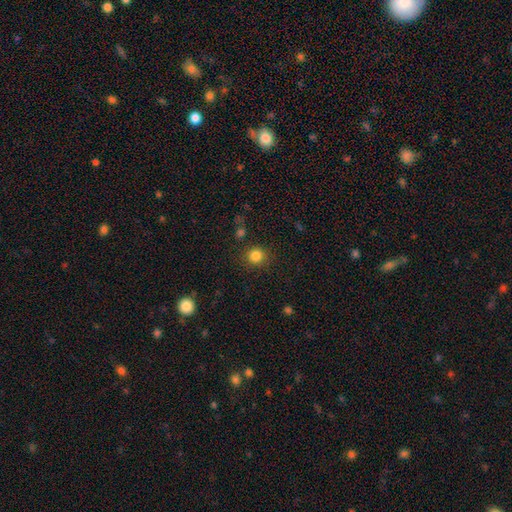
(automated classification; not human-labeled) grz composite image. It shows a smooth galaxy with no disk features (84%) that is round (91%). Merging: none (87%).